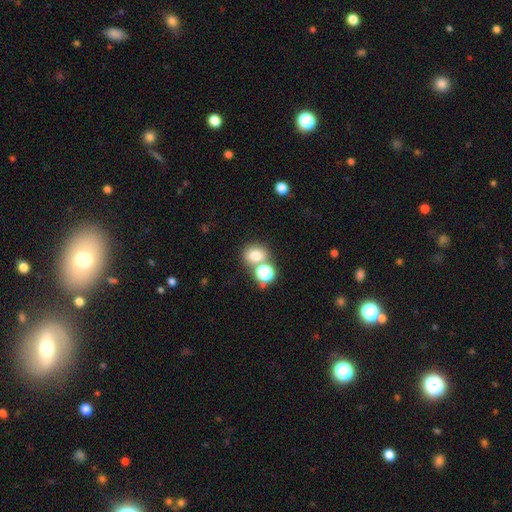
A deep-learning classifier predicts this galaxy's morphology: type=smooth (76%); roundness=round (69%); merging=none (58%).